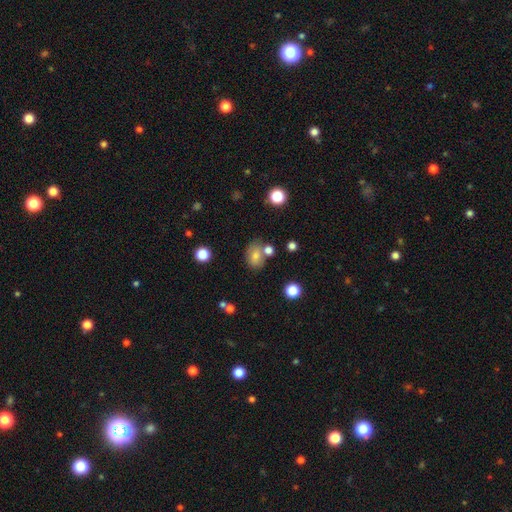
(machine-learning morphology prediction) Smooth or featured? smooth (74%)
How rounded? in between (67%)
Merging? none (62%)